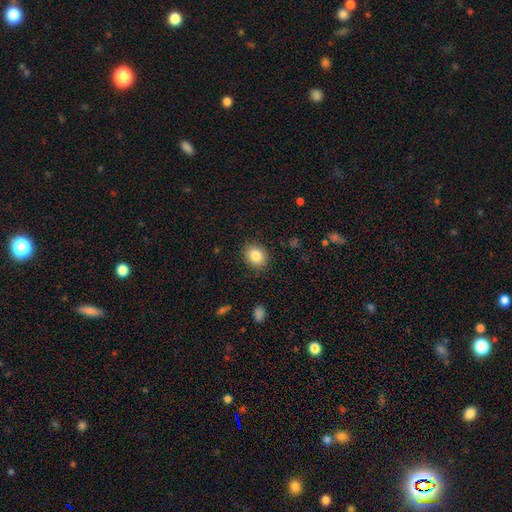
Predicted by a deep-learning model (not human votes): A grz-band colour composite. It shows a smooth galaxy with no disk features (84%) that is round (56%). Merging: none (88%).